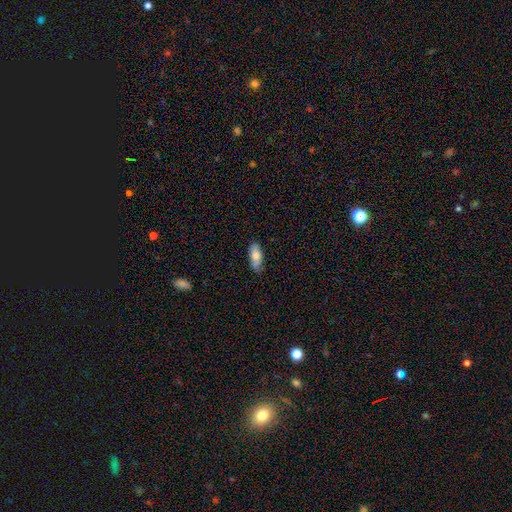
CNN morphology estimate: This is likely a smooth galaxy (78%). How rounded: likely in between (73%). Merging: clearly none (82%).